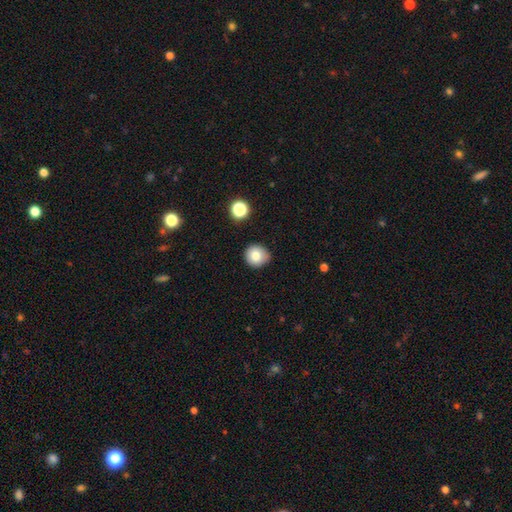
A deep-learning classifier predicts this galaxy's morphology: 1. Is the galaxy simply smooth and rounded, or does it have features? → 80% smooth, 11% star or artifact, 10% featured or disk.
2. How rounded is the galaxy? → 89% round, 10% in between, 1% cigar-shaped.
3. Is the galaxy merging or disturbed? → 83% none, 12% minor disturbance, 2% major disturbance, 2% merger.